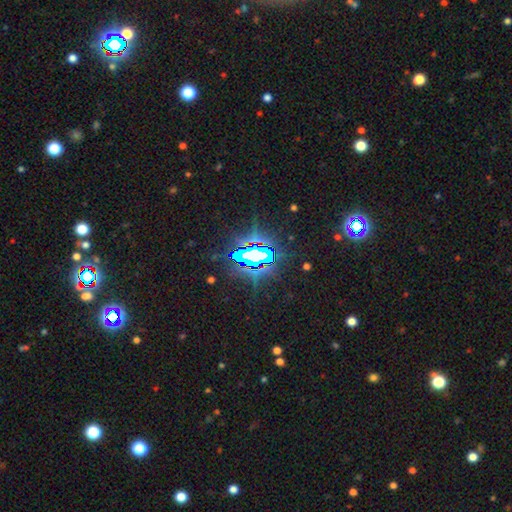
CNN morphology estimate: Smooth or featured? star or artifact (78%)